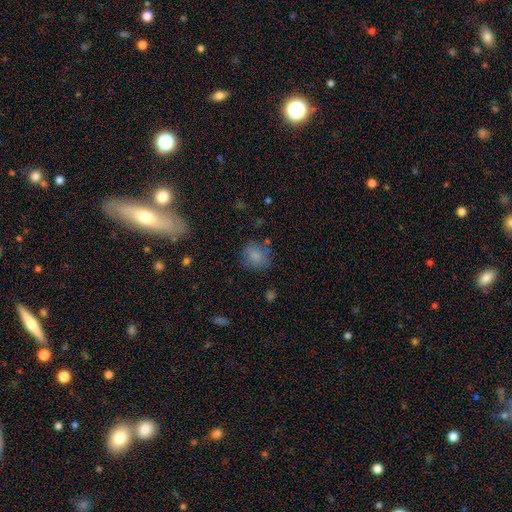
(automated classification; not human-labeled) Smooth or featured?
  - smooth: 79% *
  - star or artifact: 10%
  - featured or disk: 10%
How rounded?
  - round: 67% *
  - in between: 32%
  - cigar-shaped: 1%
Merging?
  - none: 70% *
  - minor disturbance: 19%
  - major disturbance: 7%
  - merger: 3%